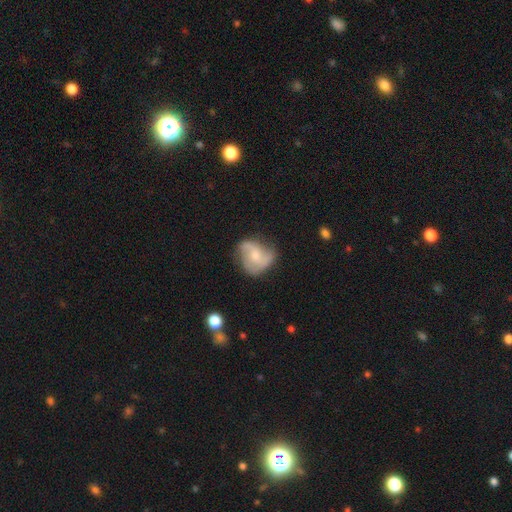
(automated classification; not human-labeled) smooth-or-featured: featured or disk: 65% | smooth: 28% | star or artifact: 7%
  disk-edge-on: no: 98% | yes: 2%
    bar: no: 64% | weak: 31% | strong: 6%
    has-spiral-arms: yes: 89% | no: 11%
      spiral-winding: medium: 45% | loose: 37% | tight: 18%
      spiral-arm-count: 2: 52% | 3: 25% | can't tell: 13% | 1: 4% | 4: 3% | more than 4: 2%
    bulge-size: small: 49% | moderate: 39% | none: 8% | large: 3% | dominant: 1%
  merging: none: 57% | minor disturbance: 27% | major disturbance: 14% | merger: 2%